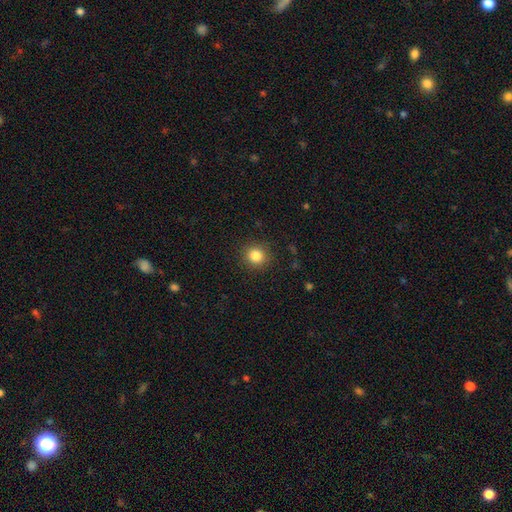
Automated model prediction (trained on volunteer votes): Overall: smooth (84%). How rounded: round (90%). Merging: none (89%).